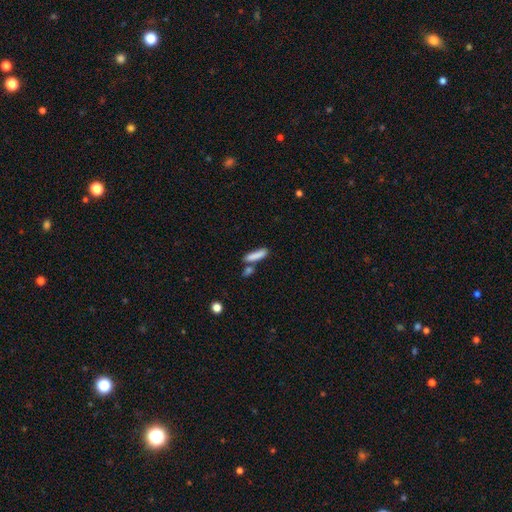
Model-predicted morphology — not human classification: A smooth galaxy with no disk features (83%) that is cigar-shaped (76%).

Vote fractions:
- Smooth or featured? smooth: 83% / featured or disk: 9% / star or artifact: 7%
- How rounded? cigar-shaped: 76% / in between: 21% / round: 2%
- Merging? none: 62% / merger: 20% / minor disturbance: 14% / major disturbance: 4%